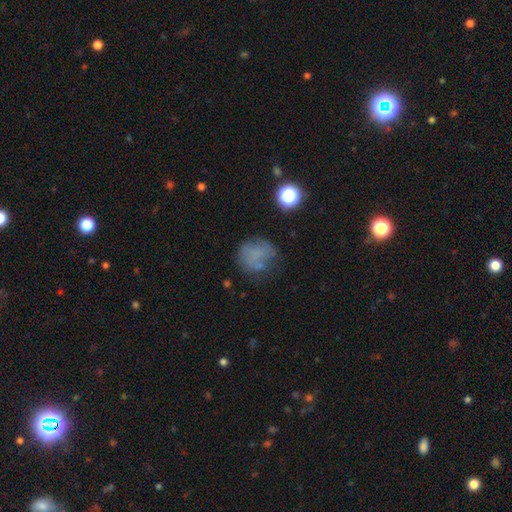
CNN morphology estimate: This appears to be a smooth galaxy with no disk features (57%) that is round (76%). Merging: none (53%).